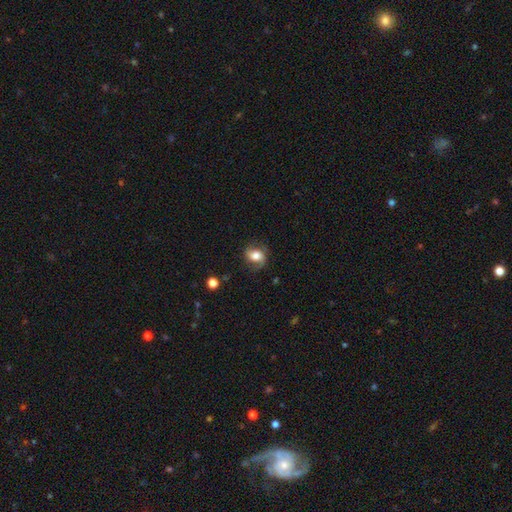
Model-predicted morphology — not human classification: The model was most divided on "smooth or featured": smooth: 52%, featured or disk: 38%, star or artifact: 9%. More confident: merging — none (67%); how rounded — in between (58%).